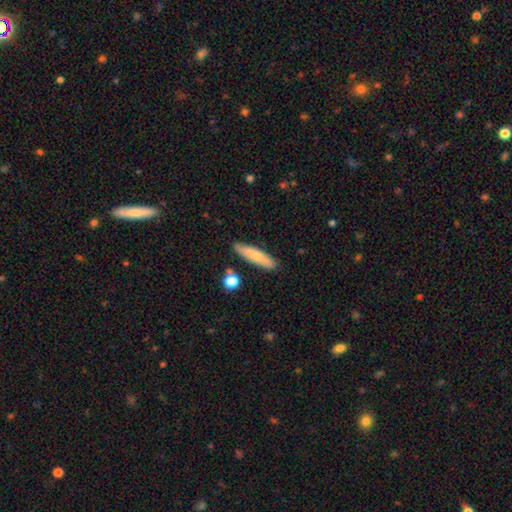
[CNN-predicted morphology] smooth 68%, featured or disk 25%, star or artifact 6%. Down the decision tree: how rounded — cigar-shaped (73%); merging — none (81%).